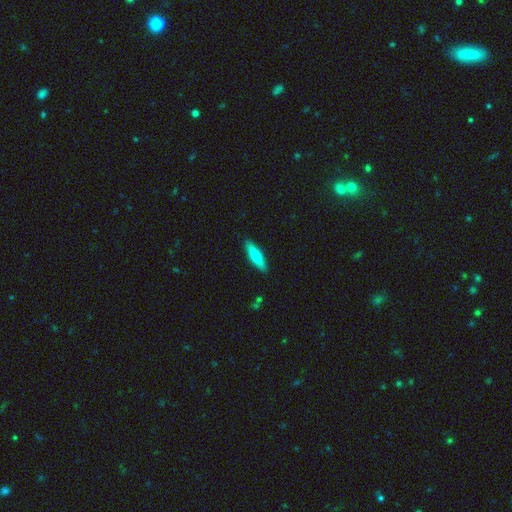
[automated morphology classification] Smooth or featured: smooth — 68% (featured or disk — 26%)
How rounded: cigar-shaped — 72% (in between — 26%)
Merging: none — 90% (minor disturbance — 7%)